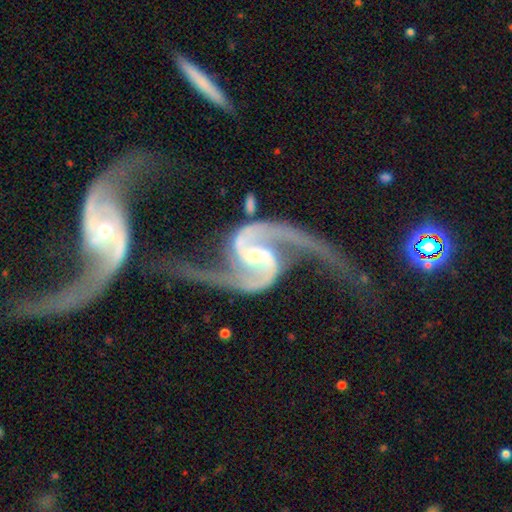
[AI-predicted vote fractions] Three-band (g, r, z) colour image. It shows a featured or disk galaxy (94%) with a weak bar (41%), 2 (95%) loose (61%) spiral arms (98%) and a small central bulge (50%). Merging: none (62%).